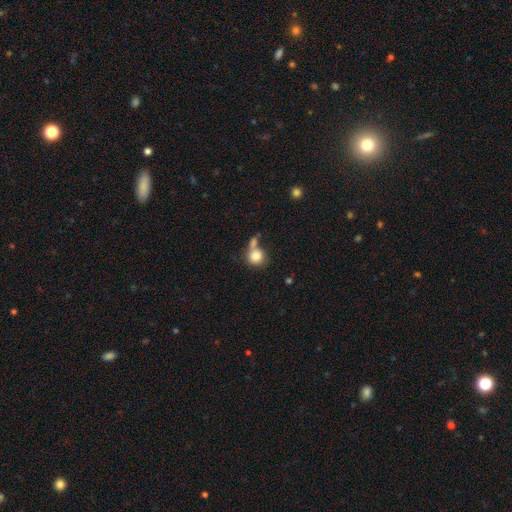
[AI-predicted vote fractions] smooth-or-featured: smooth: 83% | star or artifact: 9% | featured or disk: 8%
  how-rounded: round: 85% | in between: 14% | cigar-shaped: 1%
  merging: none: 43% | merger: 38% | minor disturbance: 12% | major disturbance: 7%